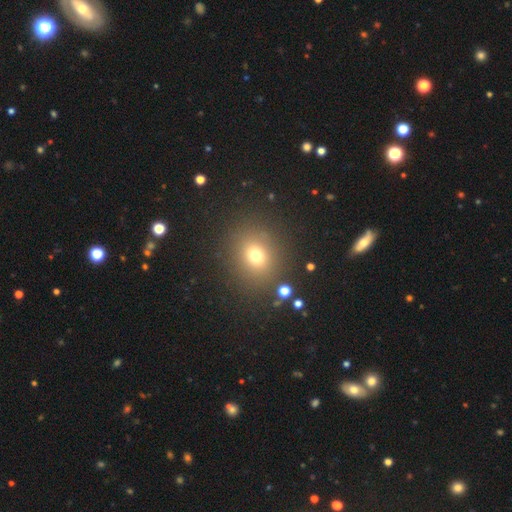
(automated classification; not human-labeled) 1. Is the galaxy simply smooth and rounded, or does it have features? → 71% smooth, 19% star or artifact, 10% featured or disk.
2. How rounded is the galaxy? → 74% round, 25% in between, 1% cigar-shaped.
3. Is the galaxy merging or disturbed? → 85% none, 8% minor disturbance, 4% major disturbance, 3% merger.